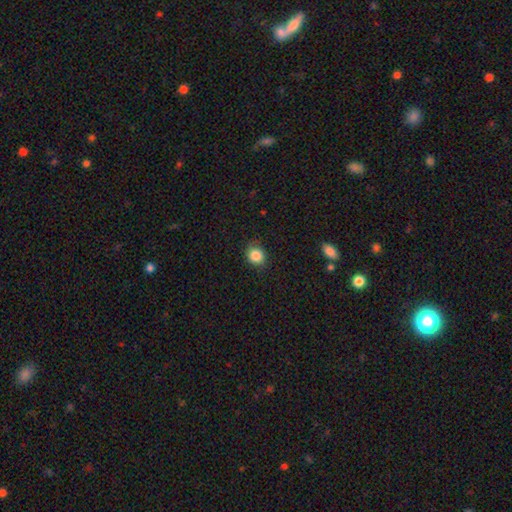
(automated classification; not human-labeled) Overall: smooth (86%). How rounded: round (77%). Merging: none (81%).